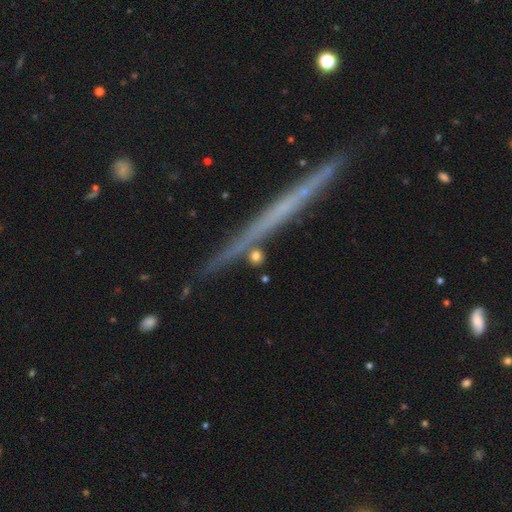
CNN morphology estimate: The model was most divided on "smooth or featured": smooth: 64%, star or artifact: 20%, featured or disk: 16%. More confident: merging — none (81%); how rounded — round (73%).